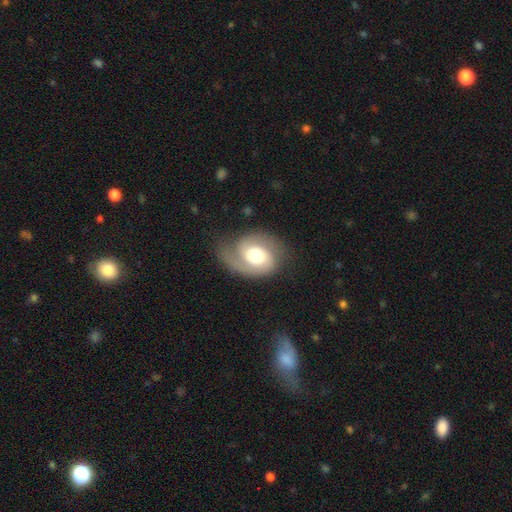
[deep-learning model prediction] Q: Smooth or featured?
A: featured or disk (74%); runner-up: smooth (20%)
Q: Edge-on disk?
A: no (97%); runner-up: yes (3%)
Q: Bar?
A: no (64%); runner-up: weak (28%)
Q: Spiral arms?
A: yes (93%); runner-up: no (7%)
Q: Spiral winding?
A: medium (44%); runner-up: tight (37%)
Q: Spiral arm count?
A: 2 (70%); runner-up: 1 (21%)
Q: Bulge size?
A: moderate (57%); runner-up: large (31%)
Q: Merging?
A: none (62%); runner-up: minor disturbance (22%)